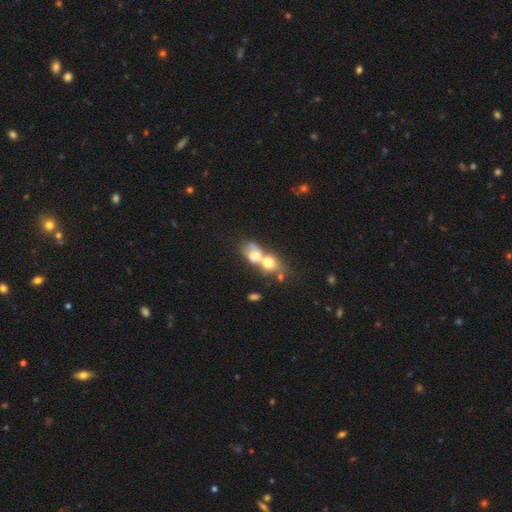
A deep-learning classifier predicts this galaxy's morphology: Q: Smooth or featured?
A: smooth (58%); runner-up: featured or disk (30%)
Q: How rounded?
A: round (48%); runner-up: in between (47%)
Q: Merging?
A: merger (77%); runner-up: none (13%)